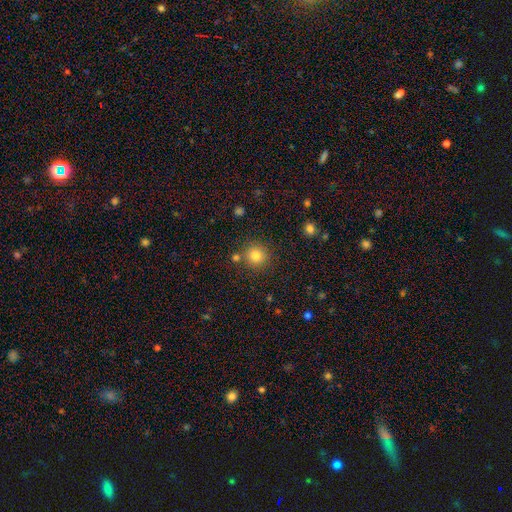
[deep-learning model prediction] smooth-or-featured: smooth: 81% | star or artifact: 13% | featured or disk: 6%
  how-rounded: round: 93% | in between: 6% | cigar-shaped: 1%
  merging: none: 81% | merger: 8% | minor disturbance: 8% | major disturbance: 3%